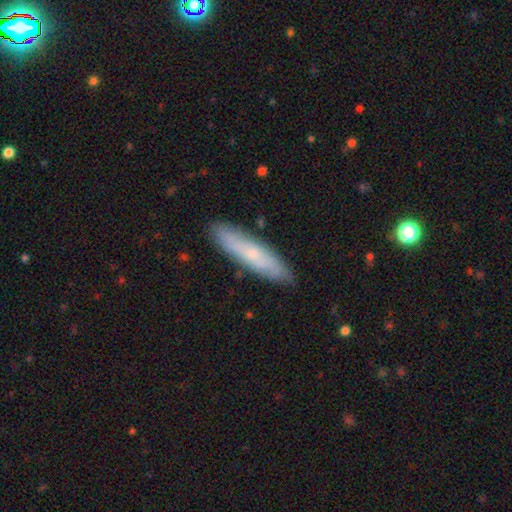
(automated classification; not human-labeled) Smooth or featured?
  - smooth: 58% *
  - featured or disk: 35%
  - star or artifact: 7%
How rounded?
  - cigar-shaped: 81% *
  - in between: 17%
  - round: 2%
Merging?
  - none: 86% *
  - minor disturbance: 10%
  - major disturbance: 2%
  - merger: 1%